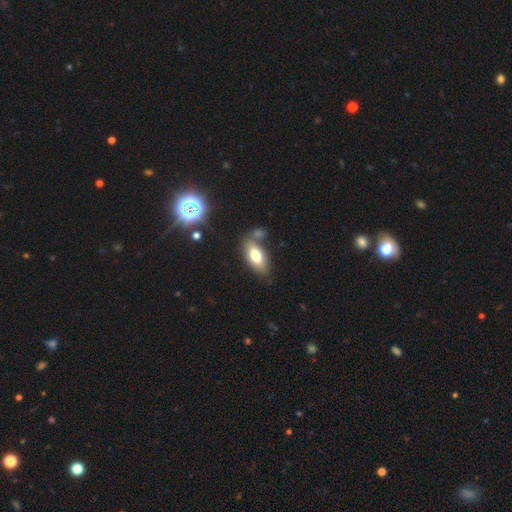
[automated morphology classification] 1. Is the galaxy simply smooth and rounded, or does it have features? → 73% smooth, 19% featured or disk, 8% star or artifact.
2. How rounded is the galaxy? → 88% in between, 8% cigar-shaped, 4% round.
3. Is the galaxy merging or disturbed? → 62% none, 17% minor disturbance, 16% merger, 5% major disturbance.